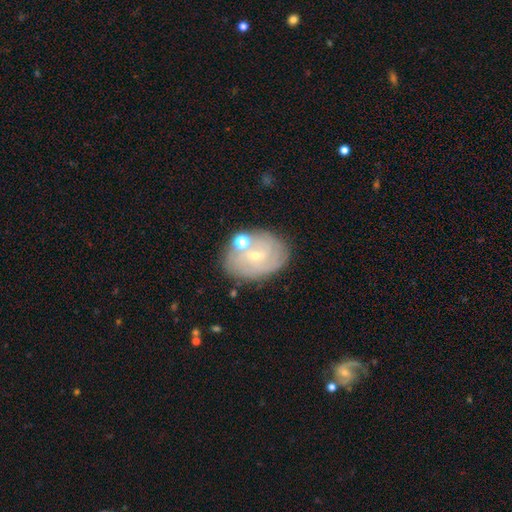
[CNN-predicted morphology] Overall: featured or disk (65%; smooth 26%). Edge-on disk: no (96%). Bar: weak (49%; no 39%). Spiral arms: yes (79%). Bulge size: small (74%). Merging: none (68%).